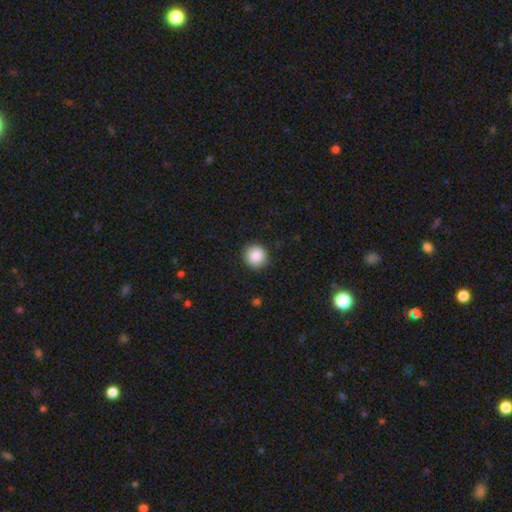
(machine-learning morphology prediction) Smooth or featured? smooth (88%)
How rounded? round (92%)
Merging? none (90%)